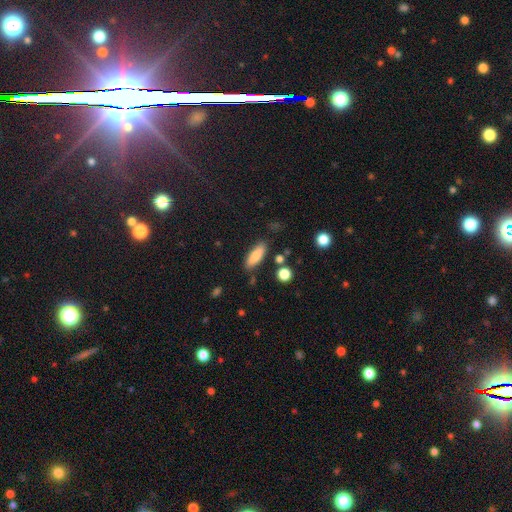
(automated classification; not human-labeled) Smooth or featured?
  - smooth: 83% *
  - featured or disk: 10%
  - star or artifact: 7%
How rounded?
  - in between: 61% *
  - cigar-shaped: 36%
  - round: 3%
Merging?
  - none: 81% *
  - minor disturbance: 12%
  - merger: 4%
  - major disturbance: 3%